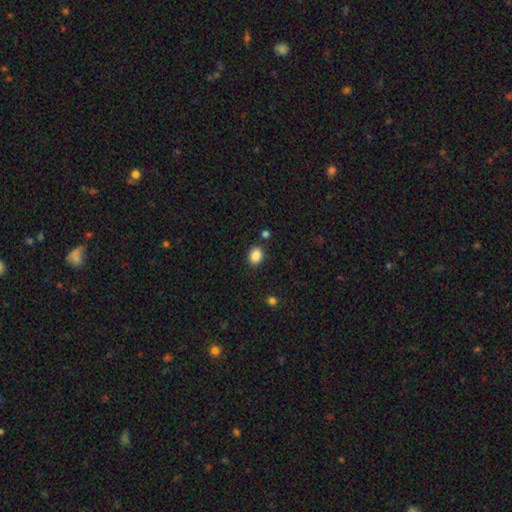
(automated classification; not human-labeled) Q: Smooth or featured?
A: smooth (87%); runner-up: star or artifact (9%)
Q: How rounded?
A: in between (58%); runner-up: round (41%)
Q: Merging?
A: none (83%); runner-up: minor disturbance (10%)